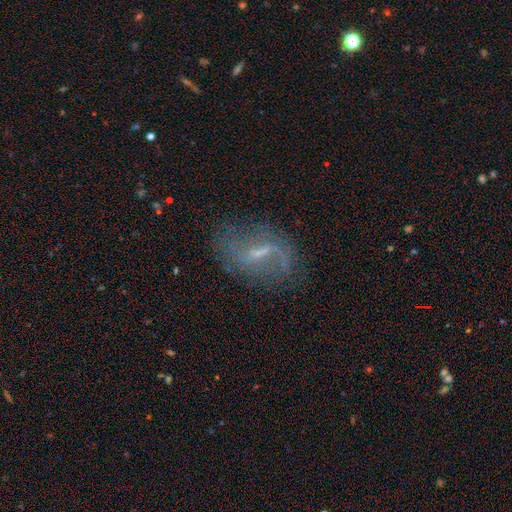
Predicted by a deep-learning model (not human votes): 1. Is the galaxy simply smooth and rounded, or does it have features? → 67% featured or disk, 20% smooth, 14% star or artifact.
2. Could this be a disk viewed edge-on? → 92% no, 8% yes.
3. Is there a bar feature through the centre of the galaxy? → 52% weak, 28% strong, 19% no.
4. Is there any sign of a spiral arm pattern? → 75% yes, 25% no.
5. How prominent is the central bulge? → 54% small, 25% moderate, 18% none, 2% large, 1% dominant.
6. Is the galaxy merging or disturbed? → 67% none, 19% minor disturbance, 12% major disturbance, 2% merger.